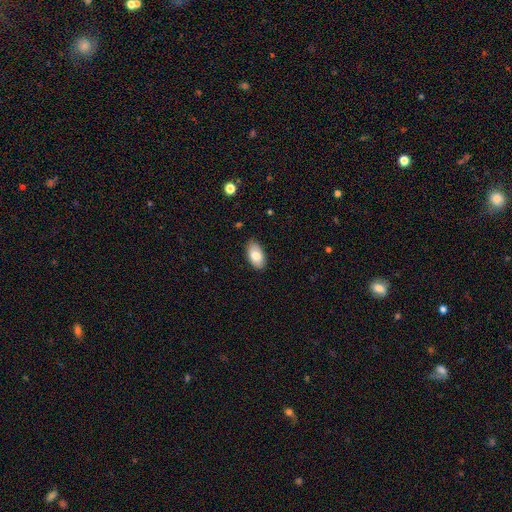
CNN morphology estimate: A smooth galaxy with no disk features (80%) that is in between round and cigar-shaped (95%). Merging: none (87%).